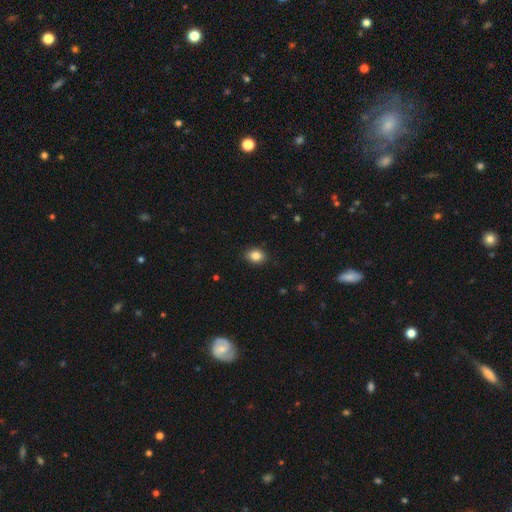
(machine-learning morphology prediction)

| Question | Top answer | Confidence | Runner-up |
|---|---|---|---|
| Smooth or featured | smooth | 85% | star or artifact (9%) |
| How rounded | in between | 60% | round (39%) |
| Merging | none | 88% | minor disturbance (9%) |